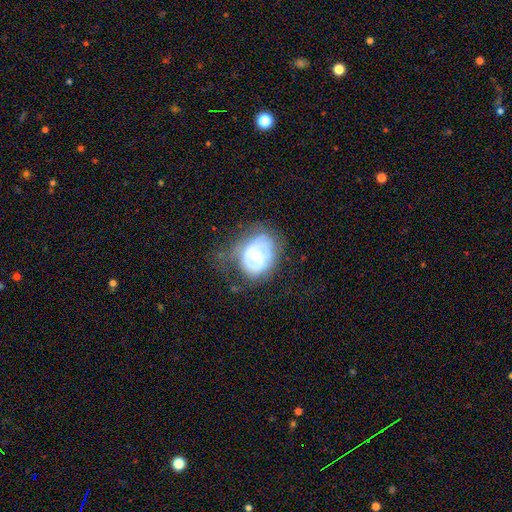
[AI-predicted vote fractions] smooth-or-featured: featured or disk: 64% | smooth: 29% | star or artifact: 7%
  disk-edge-on: no: 95% | yes: 5%
    bar: no: 77% | weak: 17% | strong: 5%
    has-spiral-arms: no: 58% | yes: 42%
    bulge-size: moderate: 70% | small: 23% | large: 5% | dominant: 1% | none: 1%
  merging: none: 48% | minor disturbance: 29% | major disturbance: 21% | merger: 2%